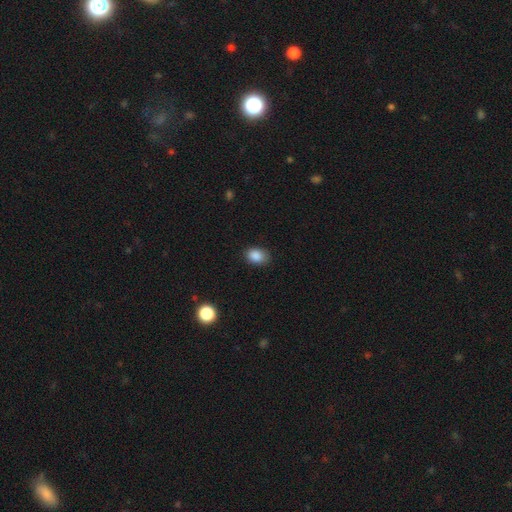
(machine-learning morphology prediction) A smooth galaxy with no disk features (87%) that is in between round and cigar-shaped (69%).

Vote fractions:
- Smooth or featured? smooth: 87% / star or artifact: 9% / featured or disk: 4%
- How rounded? in between: 69% / round: 30% / cigar-shaped: 1%
- Merging? none: 79% / minor disturbance: 16% / major disturbance: 3% / merger: 1%